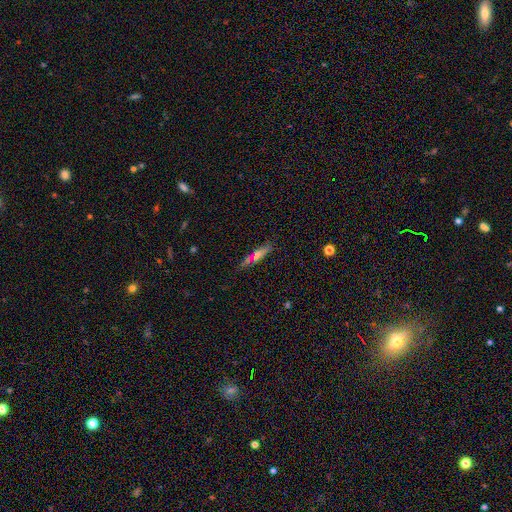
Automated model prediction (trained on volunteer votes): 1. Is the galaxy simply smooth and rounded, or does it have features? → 49% smooth, 40% featured or disk, 11% star or artifact.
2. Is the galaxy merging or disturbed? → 73% none, 15% minor disturbance, 8% merger, 4% major disturbance.